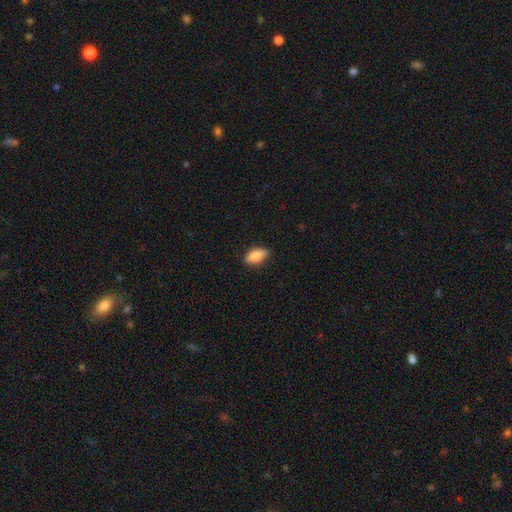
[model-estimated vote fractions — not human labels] smooth 85%, featured or disk 8%, star or artifact 7%. Down the decision tree: how rounded — in between (89%); merging — none (85%).